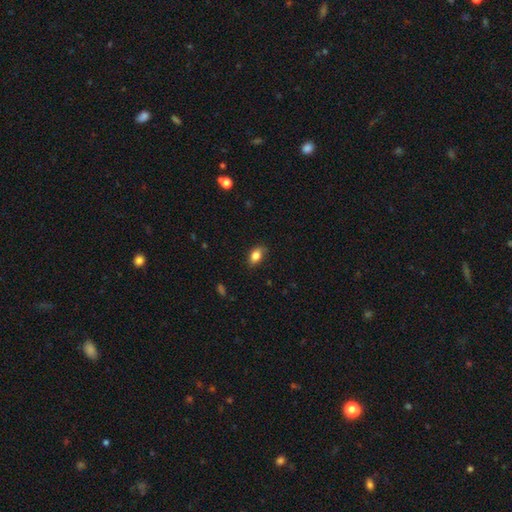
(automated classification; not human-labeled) Overall: smooth (83%). How rounded: in between (86%). Merging: none (79%).